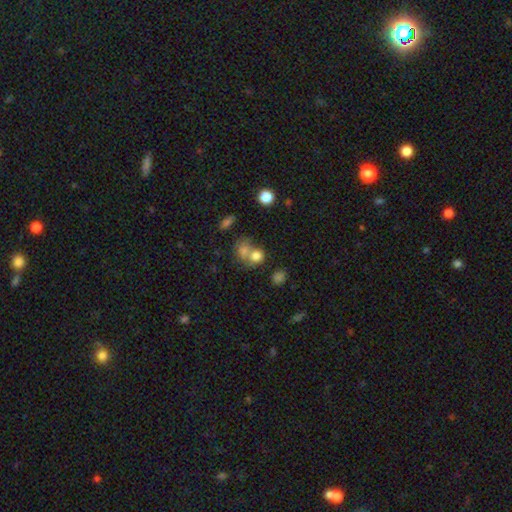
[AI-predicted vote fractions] A smooth galaxy with no disk features (75%) that is round (71%).

Vote fractions:
- Smooth or featured? smooth: 75% / star or artifact: 13% / featured or disk: 12%
- How rounded? round: 71% / in between: 28% / cigar-shaped: 1%
- Merging? merger: 50% / none: 36% / minor disturbance: 8% / major disturbance: 5%